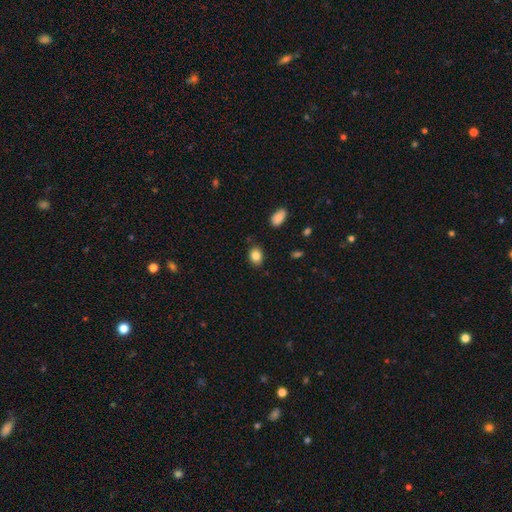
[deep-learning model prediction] Smooth or featured: smooth — 85% (star or artifact — 9%)
How rounded: in between — 64% (round — 35%)
Merging: none — 84% (minor disturbance — 11%)